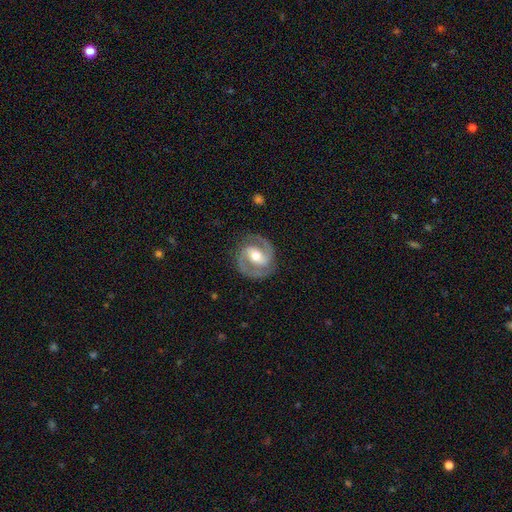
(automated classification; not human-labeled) Morphology: type=featured or disk (89%); edge-on=no (98%); bar=strong (41%); spiral arms=yes (96%); winding=medium (55%); arm count=2 (93%); bulge=moderate (73%); merging=none (86%).